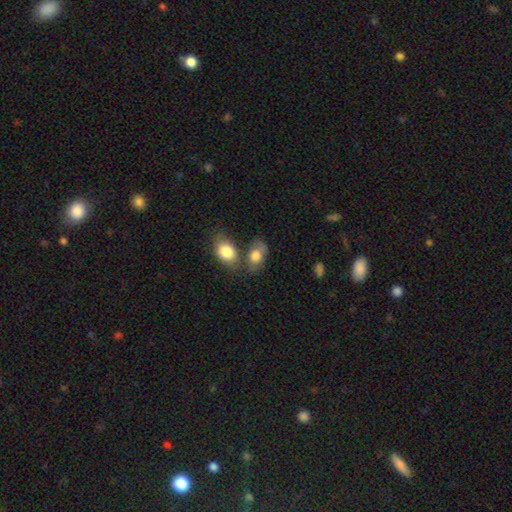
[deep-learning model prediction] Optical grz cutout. It shows a smooth galaxy with no disk features (77%) that is in between round and cigar-shaped (80%). Merging: none (39%).